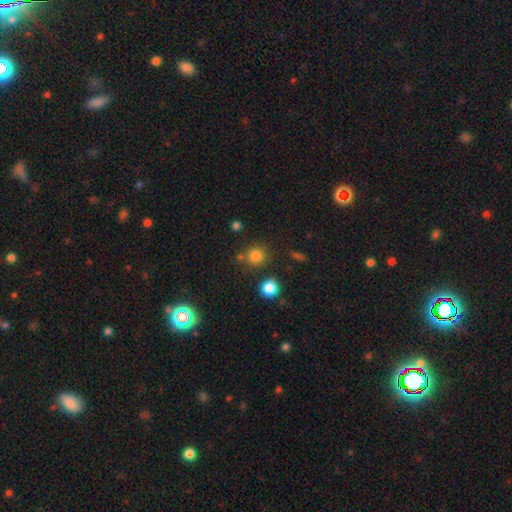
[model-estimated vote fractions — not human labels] Smooth or featured? smooth (79%)
How rounded? round (89%)
Merging? none (76%)